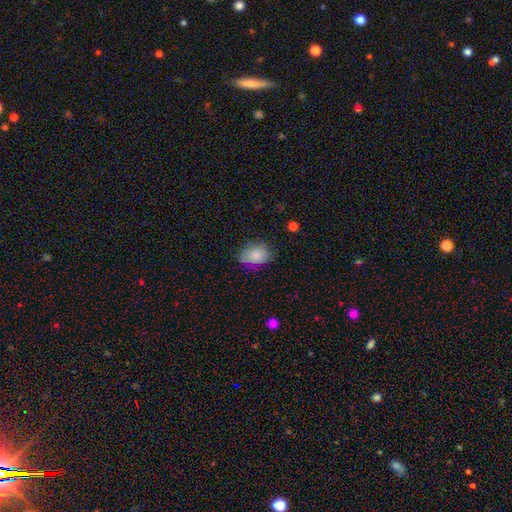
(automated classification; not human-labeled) smooth 83%, featured or disk 9%, star or artifact 8%. Down the decision tree: how rounded — in between (68%); merging — none (72%).